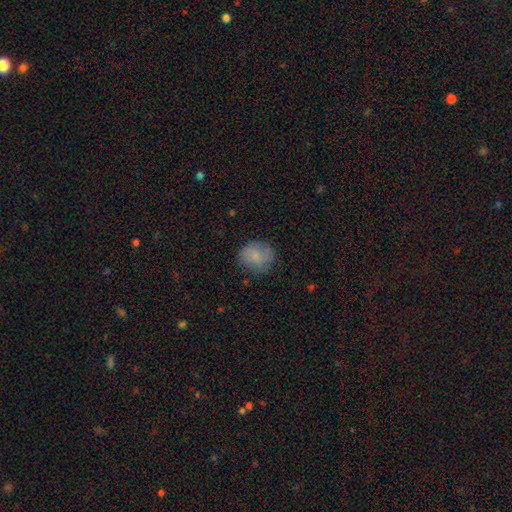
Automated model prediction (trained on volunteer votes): A smooth galaxy with no disk features (79%) that is round (77%). Merging: none (75%).